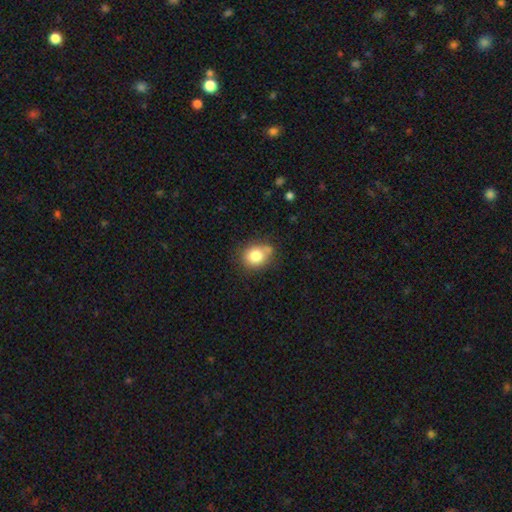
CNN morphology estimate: smooth 80%, star or artifact 10%, featured or disk 10%. Down the decision tree: how rounded — round (67%); merging — none (63%).